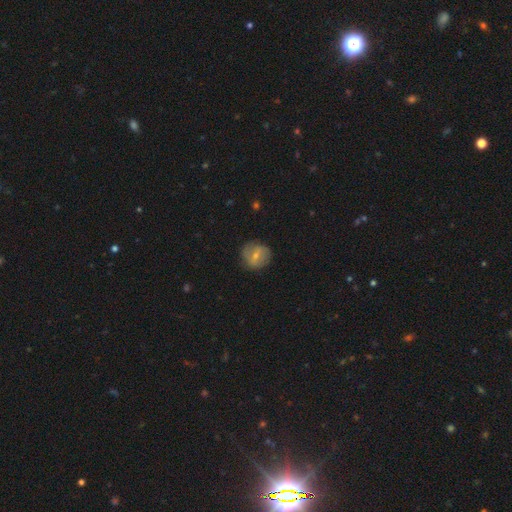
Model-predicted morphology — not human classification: smooth_or_featured: smooth (p=0.49) [alt: featured or disk p=0.43]
merging: none (p=0.77) [alt: minor disturbance p=0.16]